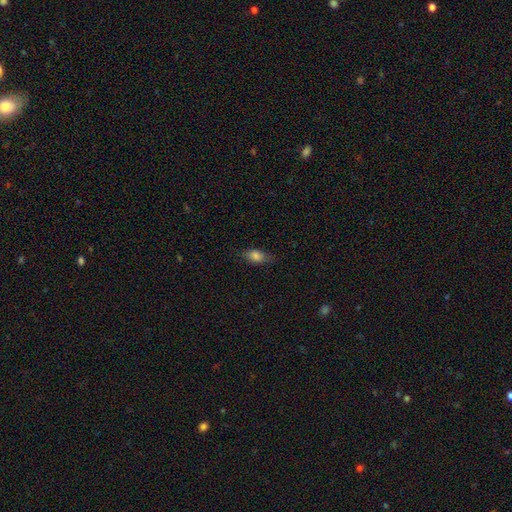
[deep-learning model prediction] A smooth galaxy with no disk features (80%) that is in between round and cigar-shaped (82%).

Vote fractions:
- Smooth or featured? smooth: 80% / featured or disk: 10% / star or artifact: 10%
- How rounded? in between: 82% / round: 10% / cigar-shaped: 8%
- Merging? none: 73% / minor disturbance: 21% / major disturbance: 5% / merger: 1%